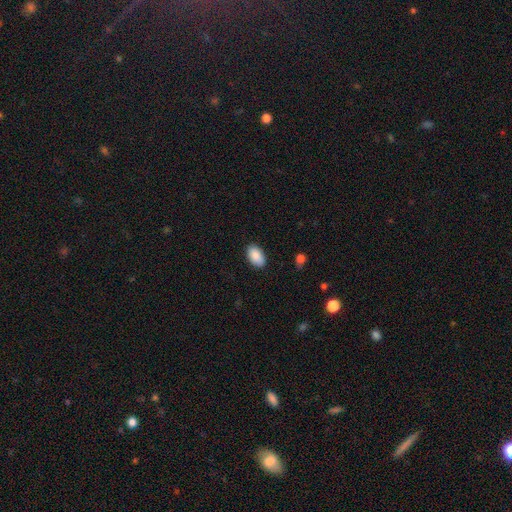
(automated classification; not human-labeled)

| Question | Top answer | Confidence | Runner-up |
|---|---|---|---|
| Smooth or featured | smooth | 89% | star or artifact (7%) |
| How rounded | in between | 94% | round (4%) |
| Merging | none | 87% | minor disturbance (10%) |